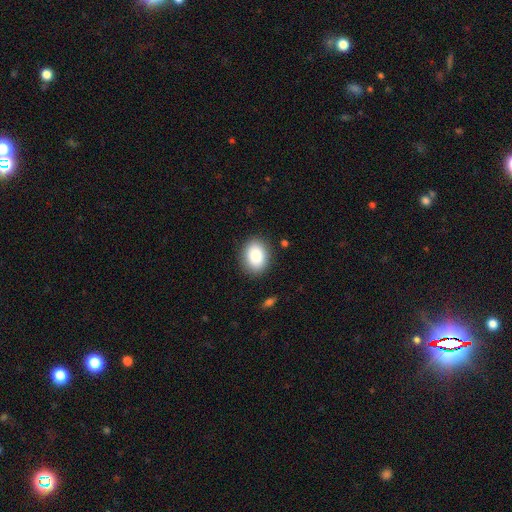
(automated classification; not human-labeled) smooth_or_featured: smooth (p=0.86) [alt: star or artifact p=0.08]
how_rounded: in between (p=0.63) [alt: round p=0.36]
merging: none (p=0.87) [alt: minor disturbance p=0.09]